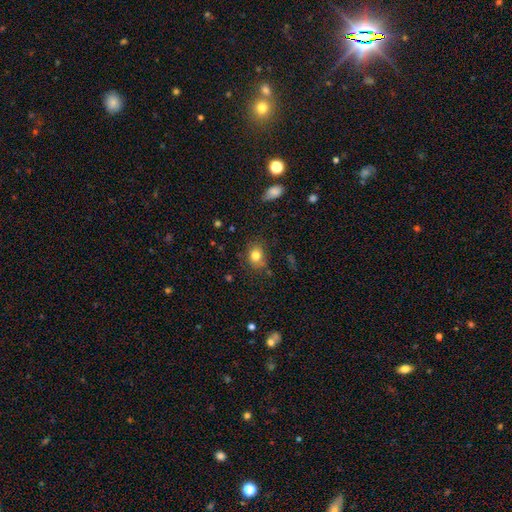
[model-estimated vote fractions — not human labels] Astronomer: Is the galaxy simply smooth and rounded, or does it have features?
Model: smooth — 81%.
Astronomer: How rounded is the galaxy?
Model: round — 53% (runner-up: in between, 46%).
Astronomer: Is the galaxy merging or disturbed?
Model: none — 76%.